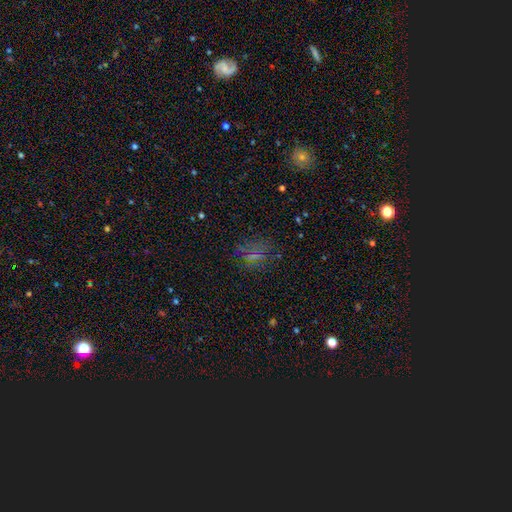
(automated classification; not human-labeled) Smooth or featured?
  - smooth: 43% *
  - star or artifact: 36%
  - featured or disk: 21%
Merging?
  - none: 71% *
  - minor disturbance: 15%
  - major disturbance: 12%
  - merger: 2%